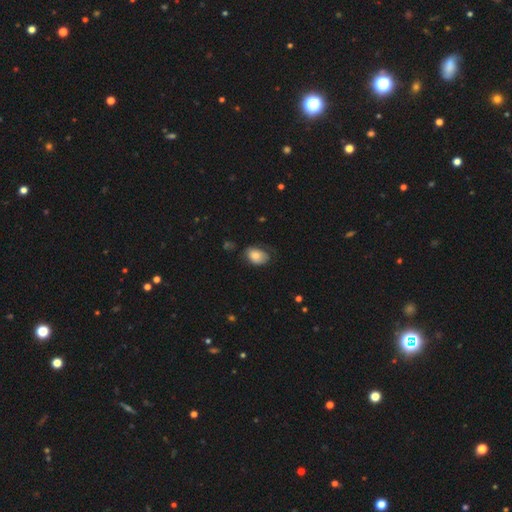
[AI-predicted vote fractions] This appears to be a smooth galaxy with no disk features (77%) that is in between round and cigar-shaped (83%). Merging: none (53%).